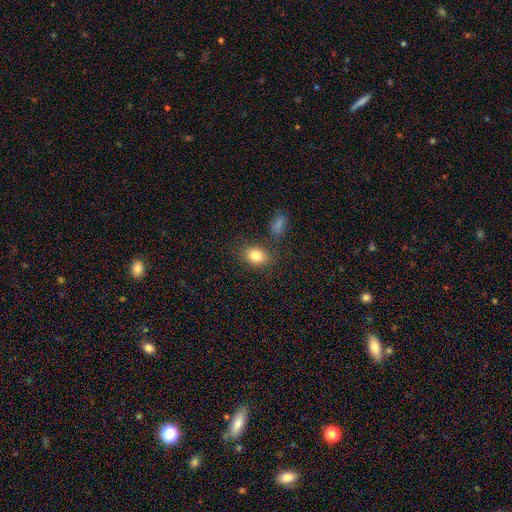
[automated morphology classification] This appears to be a smooth galaxy with no disk features (82%) that is in between round and cigar-shaped (67%). Merging: none (77%).